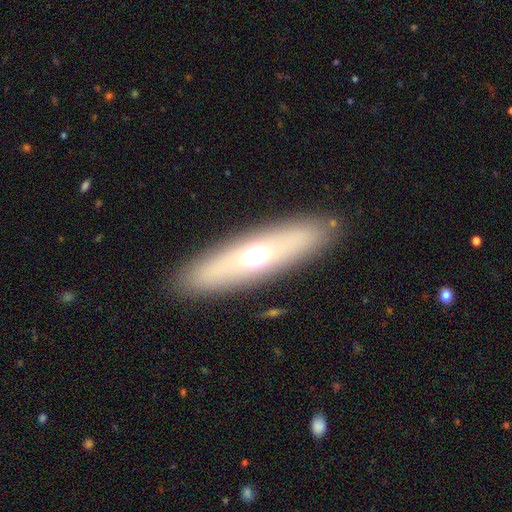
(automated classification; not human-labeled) smooth-or-featured: smooth: 53% | featured or disk: 37% | star or artifact: 9%
  how-rounded: cigar-shaped: 59% | in between: 38% | round: 3%
  merging: none: 87% | minor disturbance: 8% | major disturbance: 4% | merger: 1%